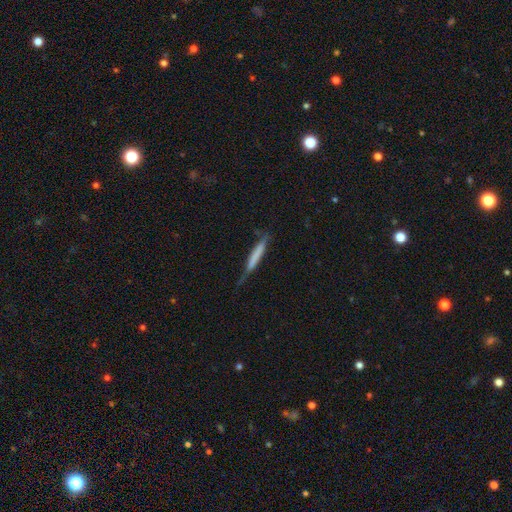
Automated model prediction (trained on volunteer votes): A smooth galaxy with no disk features (63%) that is cigar-shaped (95%).

Vote fractions:
- Smooth or featured? smooth: 63% / featured or disk: 32% / star or artifact: 6%
- How rounded? cigar-shaped: 95% / in between: 4% / round: 1%
- Merging? none: 62% / minor disturbance: 28% / major disturbance: 8% / merger: 3%